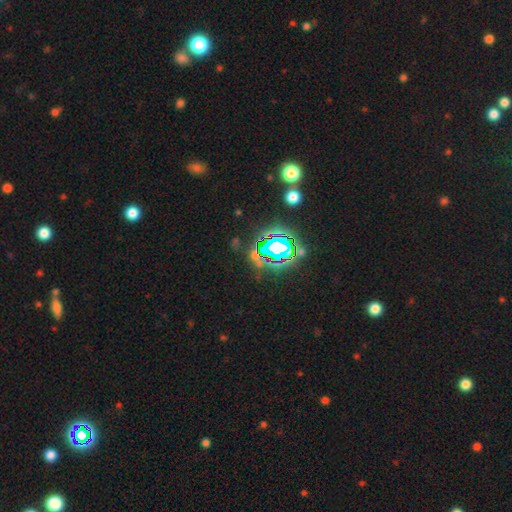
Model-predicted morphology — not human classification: Overall: star or artifact (68%).